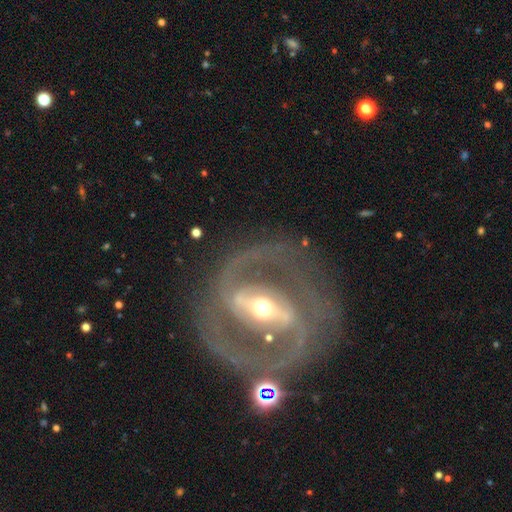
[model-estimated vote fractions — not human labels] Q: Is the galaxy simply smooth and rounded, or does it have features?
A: featured or disk — 89%.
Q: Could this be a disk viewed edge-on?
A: no — 95%.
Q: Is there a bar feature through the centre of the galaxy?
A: strong — 68%.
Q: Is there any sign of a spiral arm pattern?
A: yes — 92%.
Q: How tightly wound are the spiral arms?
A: medium — 49%.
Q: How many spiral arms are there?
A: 2 — 85%.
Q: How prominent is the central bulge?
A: moderate — 57%.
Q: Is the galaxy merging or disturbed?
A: none — 74%.